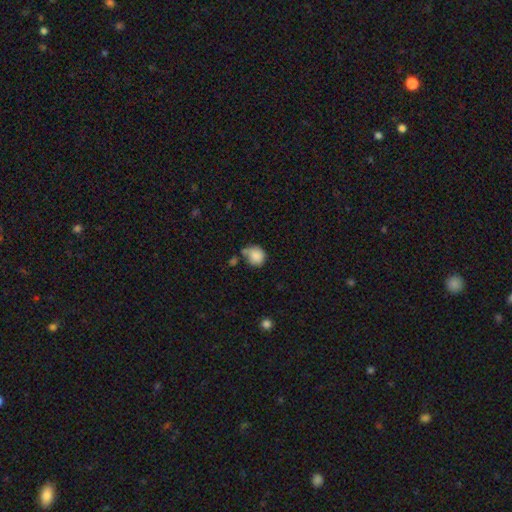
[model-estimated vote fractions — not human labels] smooth-or-featured: smooth: 86% | star or artifact: 9% | featured or disk: 5%
  how-rounded: round: 84% | in between: 15% | cigar-shaped: 1%
  merging: none: 50% | minor disturbance: 22% | merger: 20% | major disturbance: 7%